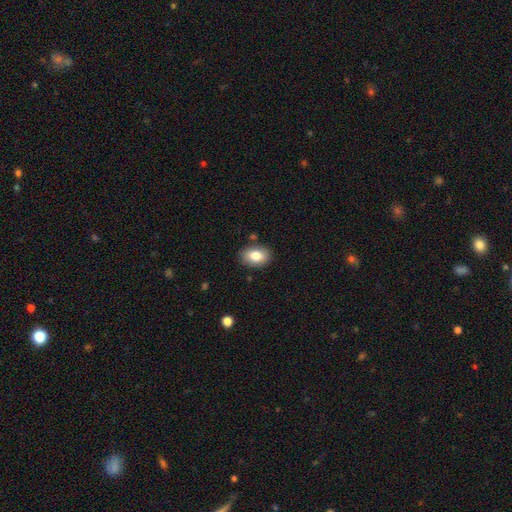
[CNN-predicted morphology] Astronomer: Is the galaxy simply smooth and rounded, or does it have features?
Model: smooth — 82%.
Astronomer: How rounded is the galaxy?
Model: in between — 82%.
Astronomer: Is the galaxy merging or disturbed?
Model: none — 85%.